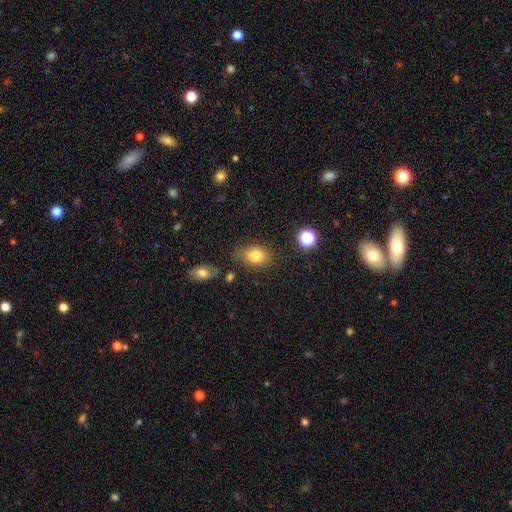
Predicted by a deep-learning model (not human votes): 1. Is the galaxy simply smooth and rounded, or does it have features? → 79% smooth, 11% star or artifact, 10% featured or disk.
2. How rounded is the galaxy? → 74% in between, 24% round, 2% cigar-shaped.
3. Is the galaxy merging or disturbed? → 72% none, 18% minor disturbance, 5% major disturbance, 4% merger.